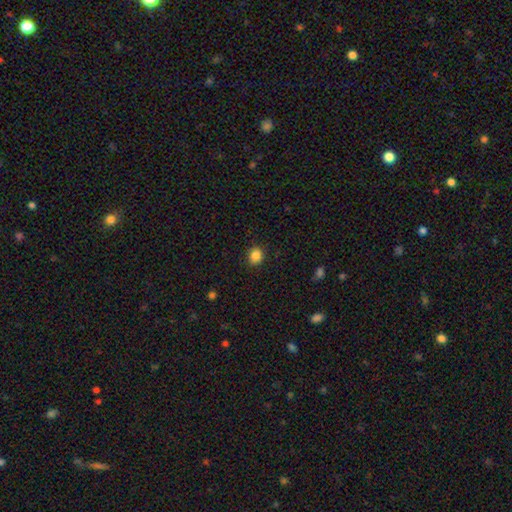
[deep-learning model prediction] Smooth or featured? Predicted: smooth (p=0.85). How rounded? Predicted: round (p=0.78). Merging? Predicted: none (p=0.90).